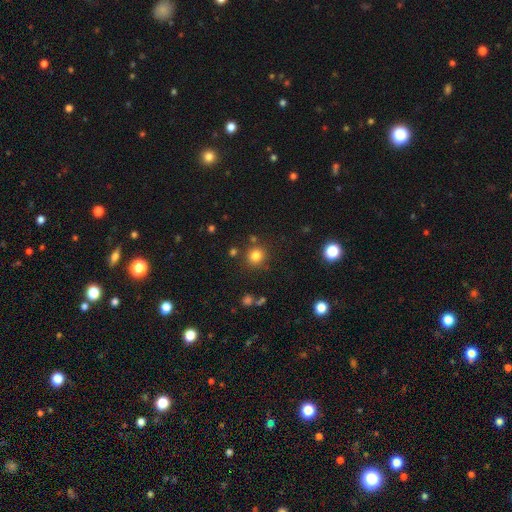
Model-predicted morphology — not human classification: smooth 81%, star or artifact 14%, featured or disk 6%. Down the decision tree: how rounded — round (91%); merging — none (84%).